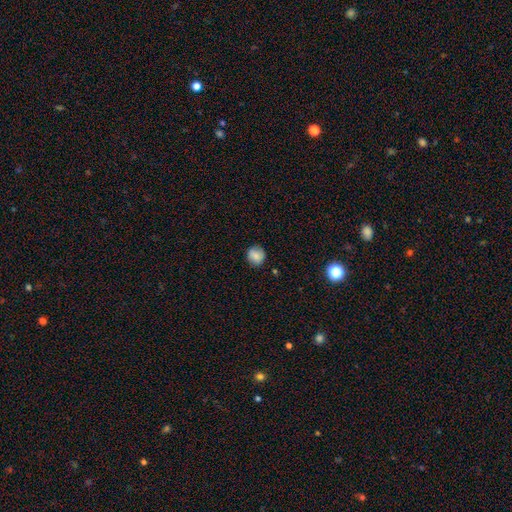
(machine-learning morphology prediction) Q: Smooth or featured?
A: smooth (79%); runner-up: featured or disk (12%)
Q: How rounded?
A: round (89%); runner-up: in between (10%)
Q: Merging?
A: none (85%); runner-up: minor disturbance (12%)